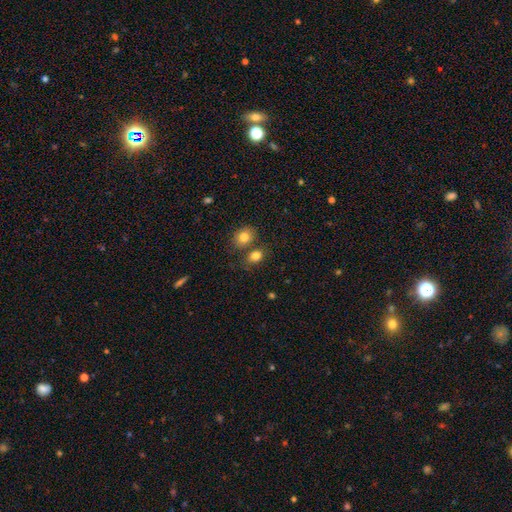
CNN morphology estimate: Smooth or featured?
  - smooth: 82% *
  - star or artifact: 11%
  - featured or disk: 8%
How rounded?
  - in between: 60% *
  - round: 39%
  - cigar-shaped: 1%
Merging?
  - none: 59% *
  - merger: 25%
  - minor disturbance: 12%
  - major disturbance: 4%